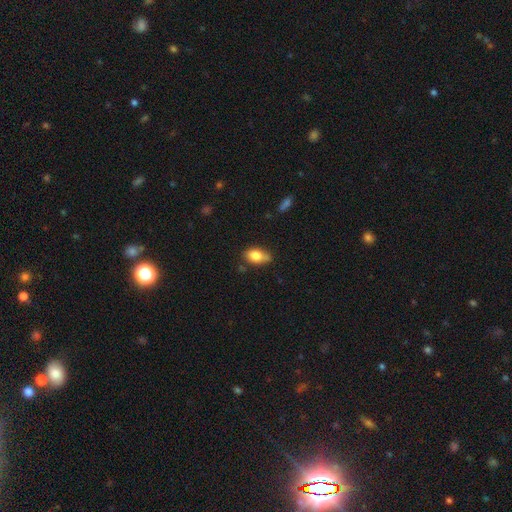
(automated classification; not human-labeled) A smooth galaxy with no disk features (78%) that is in between round and cigar-shaped (85%).

Vote fractions:
- Smooth or featured? smooth: 78% / featured or disk: 14% / star or artifact: 8%
- How rounded? in between: 85% / round: 10% / cigar-shaped: 4%
- Merging? none: 61% / minor disturbance: 28% / merger: 6% / major disturbance: 5%